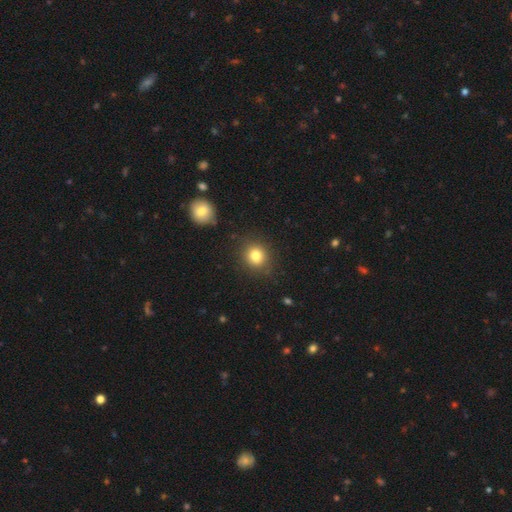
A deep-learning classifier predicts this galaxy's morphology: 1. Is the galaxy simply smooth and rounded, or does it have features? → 81% smooth, 12% star or artifact, 7% featured or disk.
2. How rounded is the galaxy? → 82% round, 17% in between, 1% cigar-shaped.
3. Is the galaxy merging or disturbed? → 86% none, 9% minor disturbance, 3% major disturbance, 2% merger.